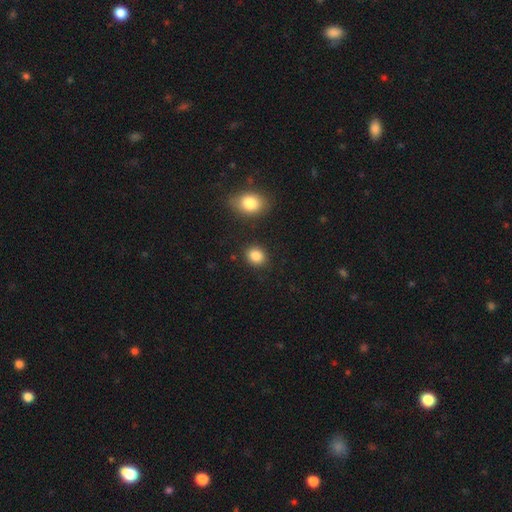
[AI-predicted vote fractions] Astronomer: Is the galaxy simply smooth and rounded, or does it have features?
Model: smooth — 86%.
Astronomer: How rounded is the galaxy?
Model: round — 61% (runner-up: in between, 38%).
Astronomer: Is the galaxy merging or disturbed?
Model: none — 86%.